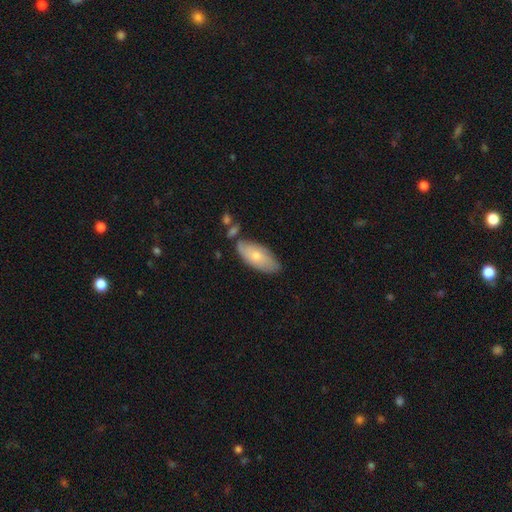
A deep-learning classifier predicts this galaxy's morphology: Smooth or featured? Predicted: smooth (p=0.63). How rounded? Predicted: in between (p=0.89). Merging? Predicted: none (p=0.65).